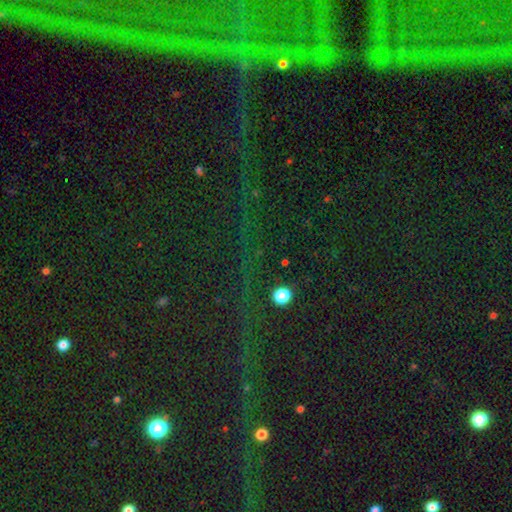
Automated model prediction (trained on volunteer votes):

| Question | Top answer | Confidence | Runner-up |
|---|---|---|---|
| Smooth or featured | star or artifact | 79% | smooth (11%) |